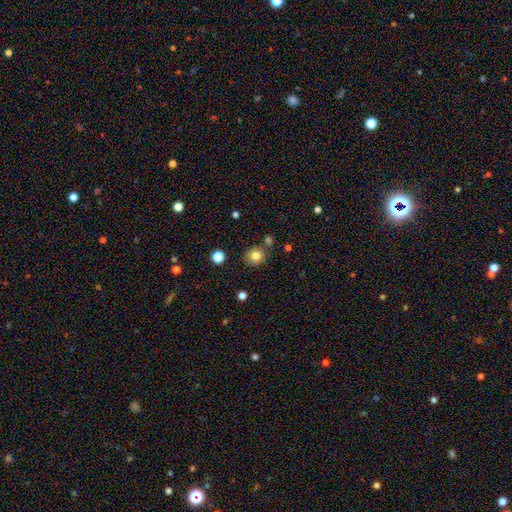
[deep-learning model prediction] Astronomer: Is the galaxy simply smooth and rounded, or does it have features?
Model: smooth — 81%.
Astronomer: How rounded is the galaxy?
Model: round — 87%.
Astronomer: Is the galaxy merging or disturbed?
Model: none — 80%.